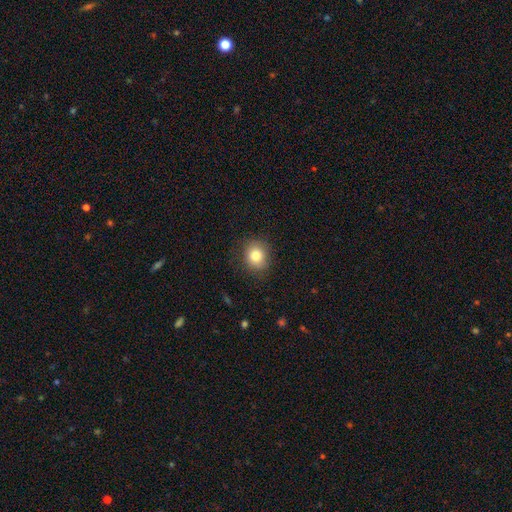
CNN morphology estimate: Q: Smooth or featured?
A: smooth (82%); runner-up: star or artifact (10%)
Q: How rounded?
A: round (75%); runner-up: in between (24%)
Q: Merging?
A: none (85%); runner-up: minor disturbance (11%)